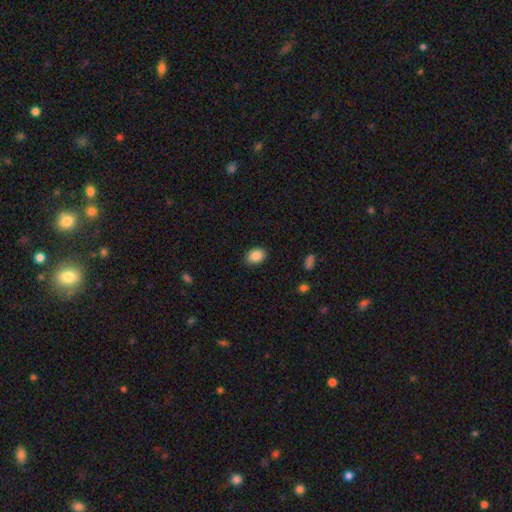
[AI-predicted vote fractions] Smooth or featured?
  - smooth: 87% *
  - star or artifact: 8%
  - featured or disk: 5%
How rounded?
  - in between: 72% *
  - round: 27%
  - cigar-shaped: 1%
Merging?
  - none: 86% *
  - minor disturbance: 10%
  - major disturbance: 2%
  - merger: 1%